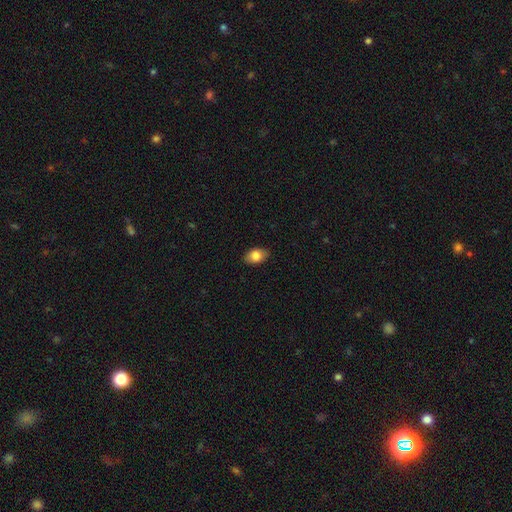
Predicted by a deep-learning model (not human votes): A smooth galaxy with no disk features (83%) that is in between round and cigar-shaped (86%).

Vote fractions:
- Smooth or featured? smooth: 83% / featured or disk: 10% / star or artifact: 8%
- How rounded? in between: 86% / round: 13% / cigar-shaped: 2%
- Merging? none: 87% / minor disturbance: 10% / major disturbance: 2% / merger: 1%